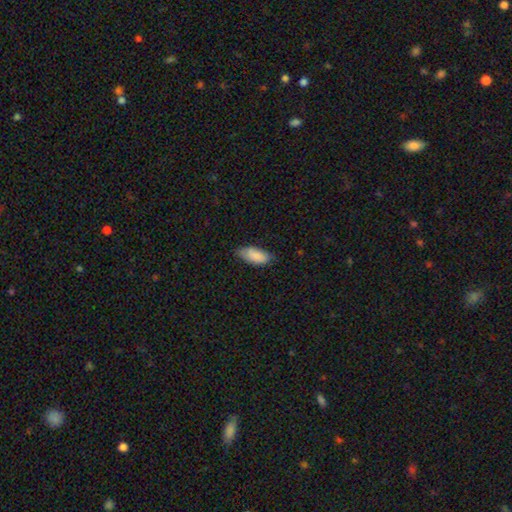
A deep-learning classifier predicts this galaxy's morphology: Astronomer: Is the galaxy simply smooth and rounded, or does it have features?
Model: smooth — 87%.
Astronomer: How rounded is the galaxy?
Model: in between — 87%.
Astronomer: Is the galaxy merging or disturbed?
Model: none — 70%.